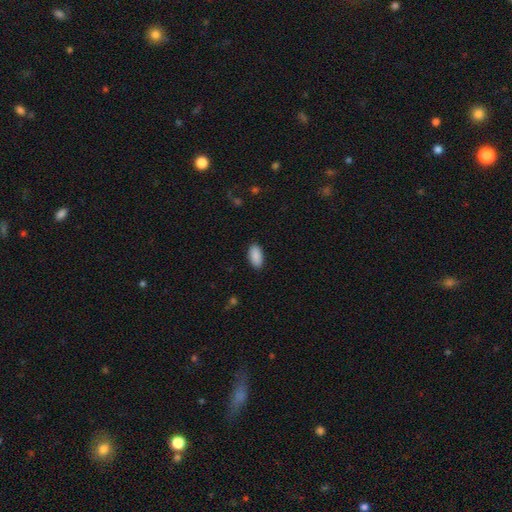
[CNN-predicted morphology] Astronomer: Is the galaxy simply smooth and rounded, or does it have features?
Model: smooth — 90%.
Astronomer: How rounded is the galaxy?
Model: in between — 94%.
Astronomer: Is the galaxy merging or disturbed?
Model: none — 89%.